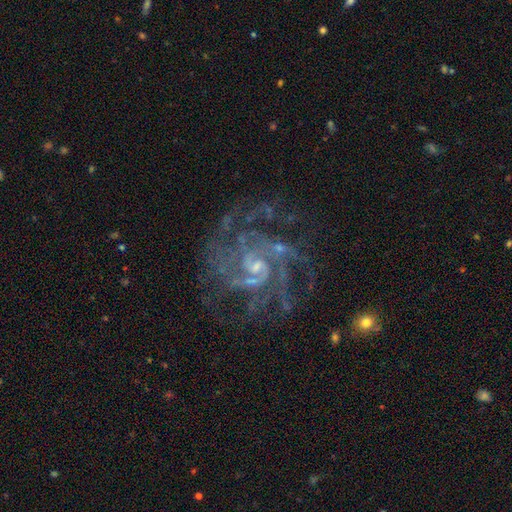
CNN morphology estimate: Q: Smooth or featured?
A: featured or disk (85%); runner-up: star or artifact (11%)
Q: Edge-on disk?
A: no (98%); runner-up: yes (2%)
Q: Bar?
A: no (45%); runner-up: weak (44%)
Q: Spiral arms?
A: yes (97%); runner-up: no (3%)
Q: Spiral winding?
A: tight (50%); runner-up: medium (42%)
Q: Spiral arm count?
A: 4 (23%); runner-up: can't tell (22%)
Q: Bulge size?
A: small (65%); runner-up: moderate (22%)
Q: Merging?
A: none (74%); runner-up: minor disturbance (14%)